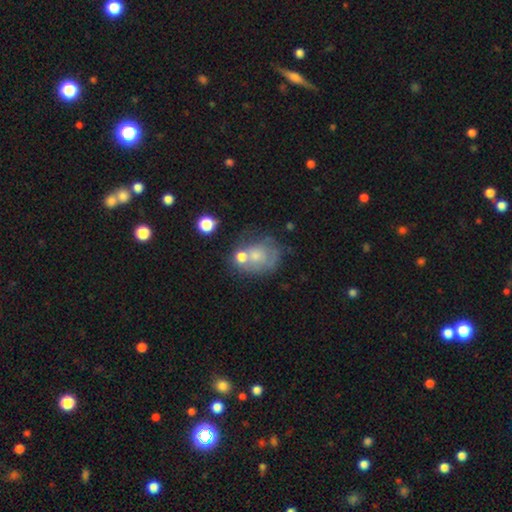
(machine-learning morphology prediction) The model was most divided on "smooth or featured": smooth: 47%, featured or disk: 40%, star or artifact: 14%. Remaining: merging — none (42%).